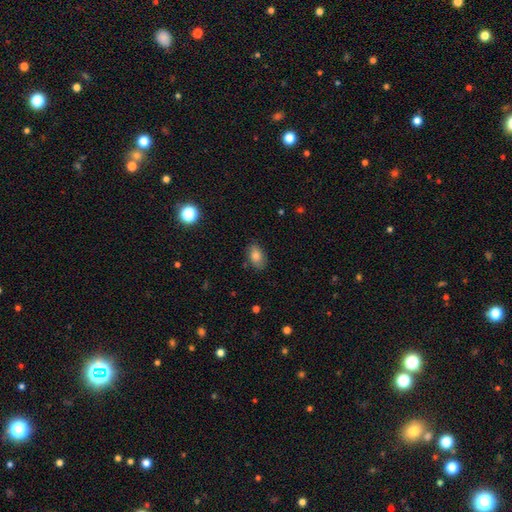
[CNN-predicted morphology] This is clearly a smooth galaxy (81%). How rounded: clearly in between (86%). Merging: clearly none (81%).